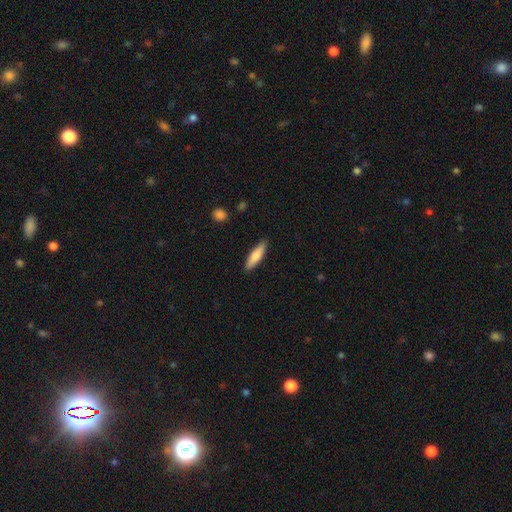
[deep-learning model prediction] smooth_or_featured: smooth (p=0.75) [alt: featured or disk p=0.20]
how_rounded: cigar-shaped (p=0.70) [alt: in between p=0.28]
merging: none (p=0.88) [alt: minor disturbance p=0.09]